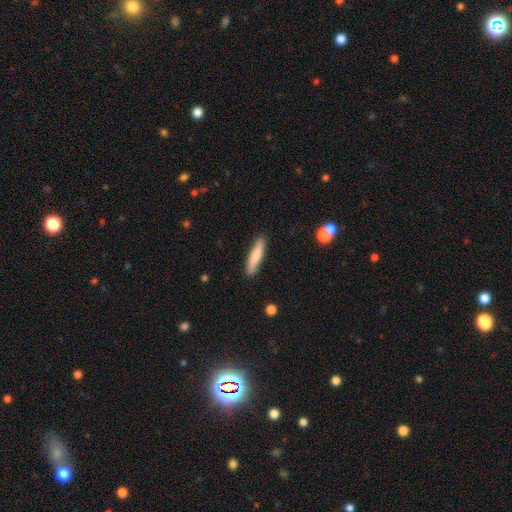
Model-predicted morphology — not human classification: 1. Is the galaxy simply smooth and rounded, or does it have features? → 77% smooth, 17% featured or disk, 6% star or artifact.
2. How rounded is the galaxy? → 84% cigar-shaped, 14% in between, 1% round.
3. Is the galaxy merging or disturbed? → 88% none, 9% minor disturbance, 2% major disturbance, 1% merger.